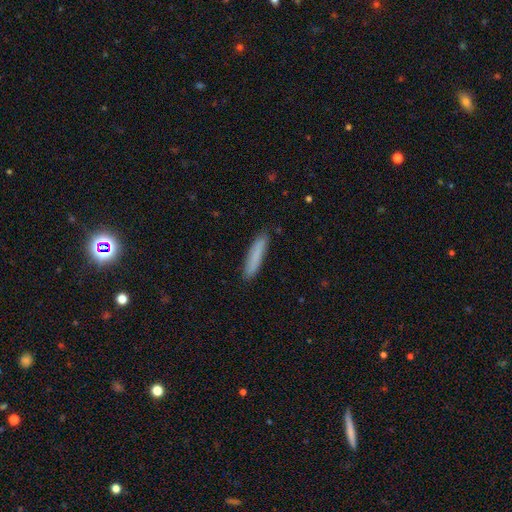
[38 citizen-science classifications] This is clearly a smooth galaxy (84%). How rounded: clearly cigar-shaped (97%). Merging: clearly none (94%).